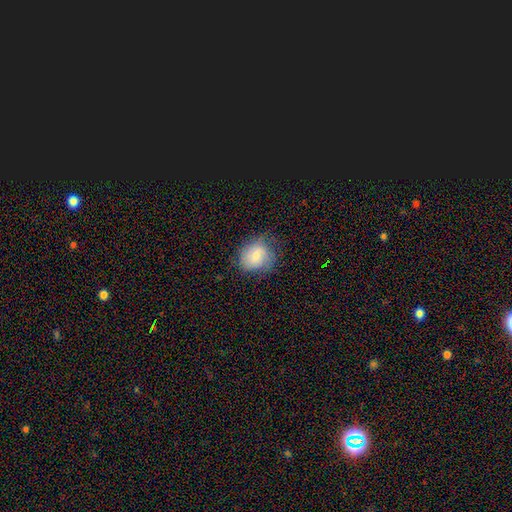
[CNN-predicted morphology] This appears to be a smooth galaxy with no disk features (72%) that is round (68%). Merging: none (65%).